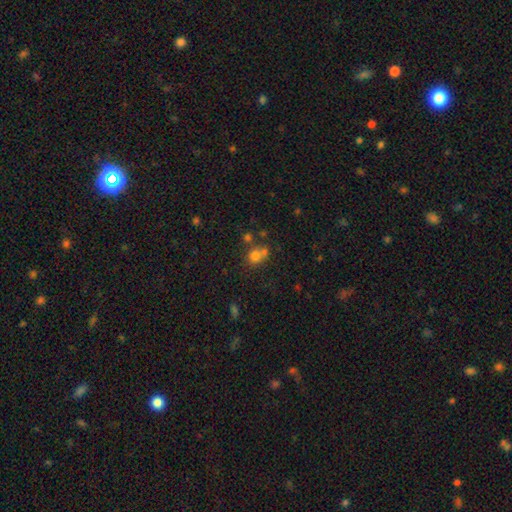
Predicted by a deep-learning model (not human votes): Smooth or featured? Predicted: smooth (p=0.71). How rounded? Predicted: round (p=0.79). Merging? Predicted: none (p=0.50).